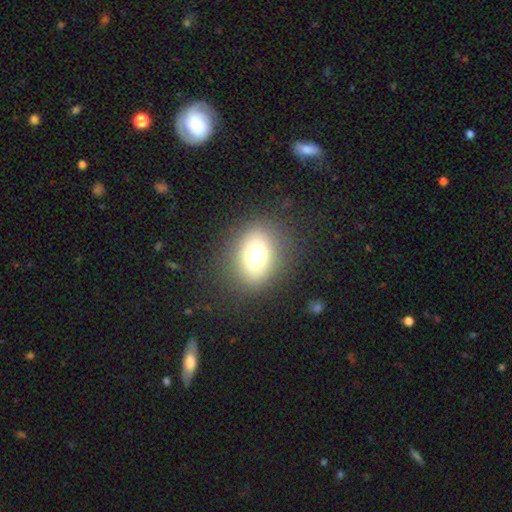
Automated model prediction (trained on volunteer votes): This is likely a smooth galaxy (66%). How rounded: likely in between (64%). Merging: clearly none (81%).